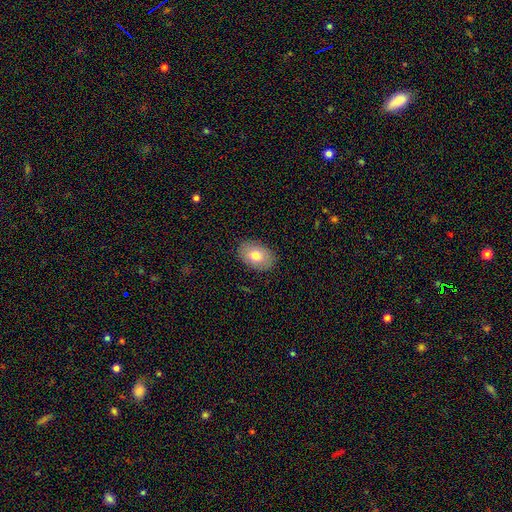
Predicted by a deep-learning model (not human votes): Smooth or featured? Predicted: smooth (p=0.74). How rounded? Predicted: in between (p=0.85). Merging? Predicted: none (p=0.87).